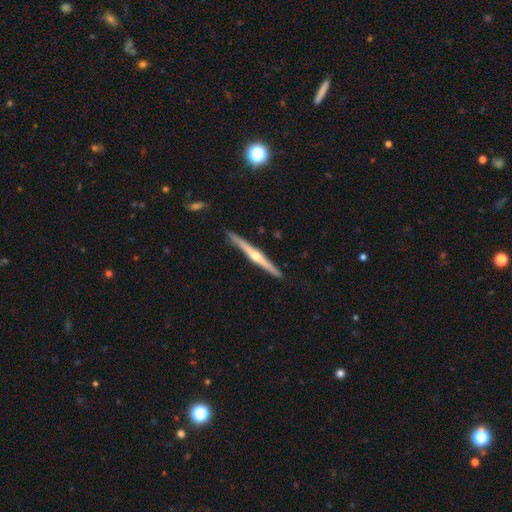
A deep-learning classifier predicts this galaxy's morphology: featured or disk 76%, smooth 18%, star or artifact 5%. Down the decision tree: edge-on disk — yes (98%); edge-on bulge — rounded (88%); merging — none (92%).